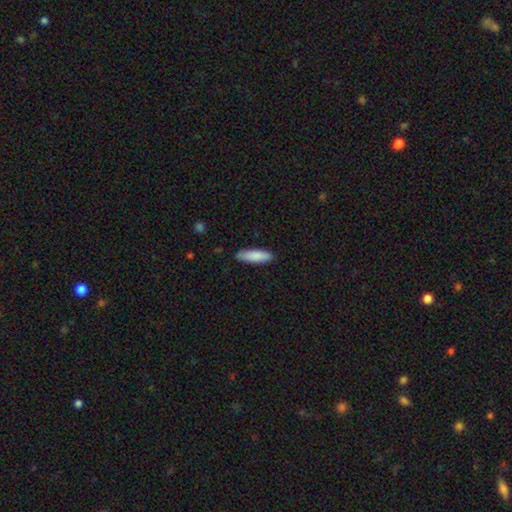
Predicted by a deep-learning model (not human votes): Overall: smooth (86%). How rounded: cigar-shaped (58%; in between 41%). Merging: none (86%).